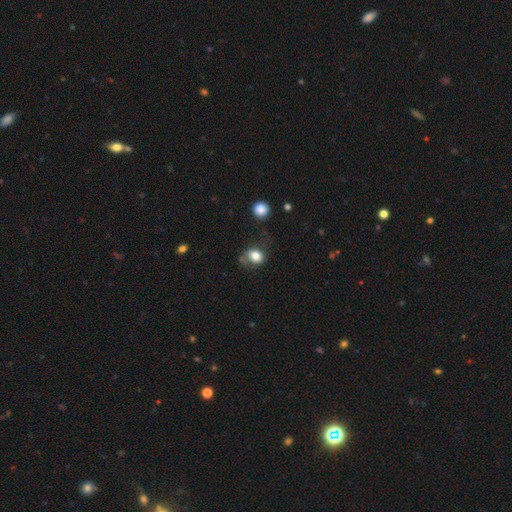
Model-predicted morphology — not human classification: Q: Smooth or featured?
A: smooth (78%); runner-up: featured or disk (12%)
Q: How rounded?
A: in between (51%); runner-up: round (47%)
Q: Merging?
A: none (51%); runner-up: minor disturbance (28%)